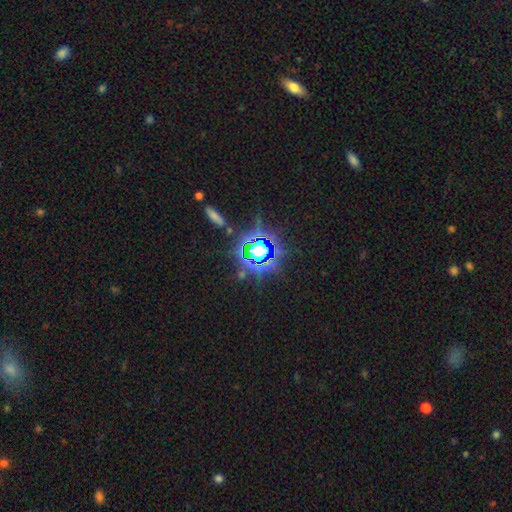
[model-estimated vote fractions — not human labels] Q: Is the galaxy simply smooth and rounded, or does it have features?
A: star or artifact — 81%.